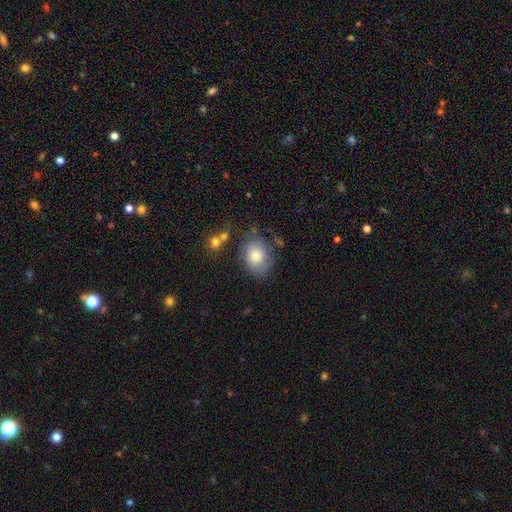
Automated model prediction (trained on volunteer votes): A smooth galaxy with no disk features (75%) that is in between round and cigar-shaped (61%).

Vote fractions:
- Smooth or featured? smooth: 75% / featured or disk: 17% / star or artifact: 8%
- How rounded? in between: 61% / round: 38% / cigar-shaped: 1%
- Merging? none: 63% / minor disturbance: 24% / major disturbance: 8% / merger: 5%